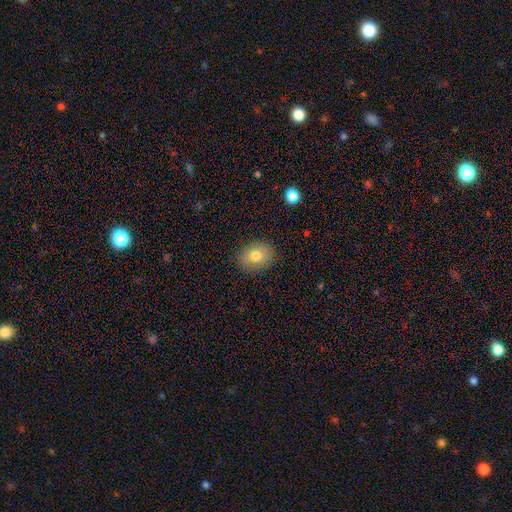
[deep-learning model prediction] Smooth or featured?
  - smooth: 77% *
  - featured or disk: 13%
  - star or artifact: 10%
How rounded?
  - round: 50% *
  - in between: 49%
  - cigar-shaped: 1%
Merging?
  - none: 88% *
  - minor disturbance: 9%
  - major disturbance: 2%
  - merger: 1%